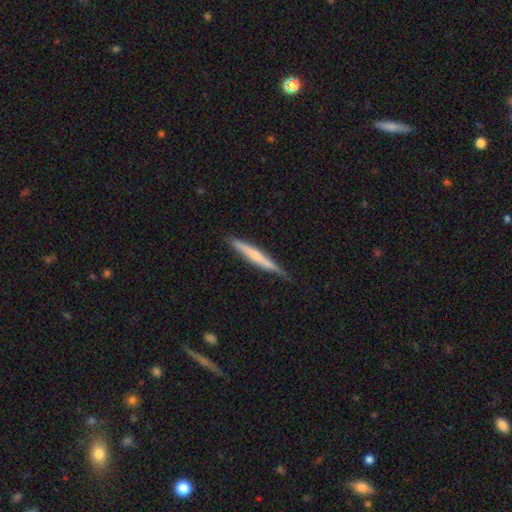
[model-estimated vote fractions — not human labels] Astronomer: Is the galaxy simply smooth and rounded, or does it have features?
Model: smooth — 51% (runner-up: featured or disk, 43%).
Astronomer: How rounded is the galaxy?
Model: cigar-shaped — 96%.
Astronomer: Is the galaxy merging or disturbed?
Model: none — 80%.